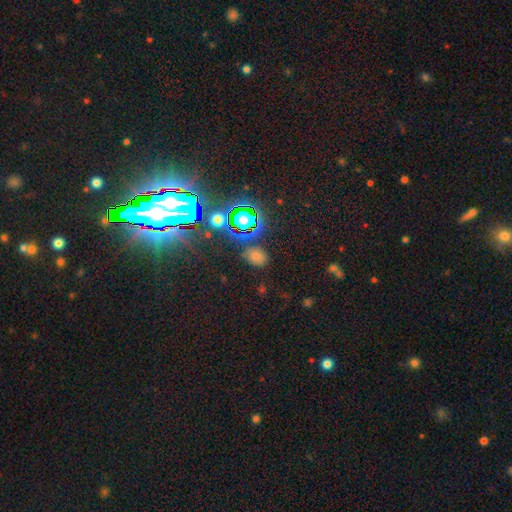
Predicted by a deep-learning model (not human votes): A smooth galaxy with no disk features (57%) that is in between round and cigar-shaped (61%).

Vote fractions:
- Smooth or featured? smooth: 57% / star or artifact: 35% / featured or disk: 8%
- How rounded? in between: 61% / round: 37% / cigar-shaped: 2%
- Merging? none: 78% / minor disturbance: 13% / major disturbance: 5% / merger: 4%